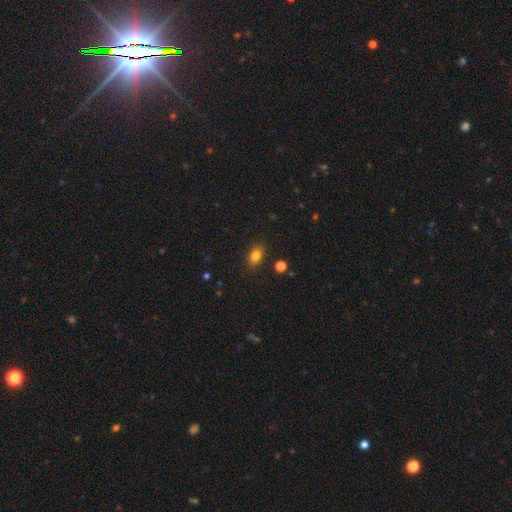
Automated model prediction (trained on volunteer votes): Smooth or featured?
  - smooth: 81% *
  - star or artifact: 12%
  - featured or disk: 7%
How rounded?
  - in between: 75% *
  - round: 23%
  - cigar-shaped: 2%
Merging?
  - none: 85% *
  - minor disturbance: 10%
  - major disturbance: 3%
  - merger: 2%